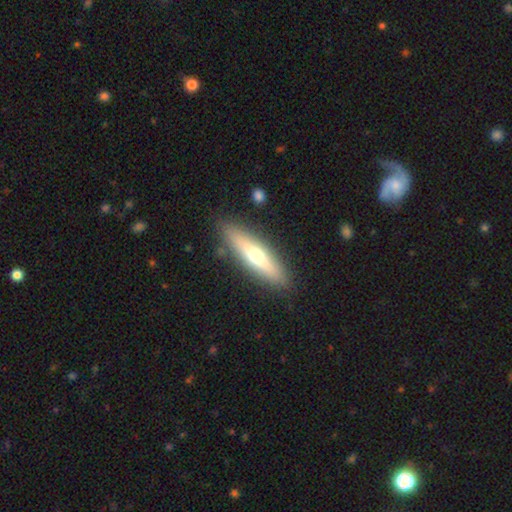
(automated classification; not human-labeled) smooth-or-featured: smooth: 51% | featured or disk: 43% | star or artifact: 6%
  how-rounded: cigar-shaped: 78% | in between: 21% | round: 2%
  merging: none: 87% | minor disturbance: 9% | major disturbance: 2% | merger: 2%